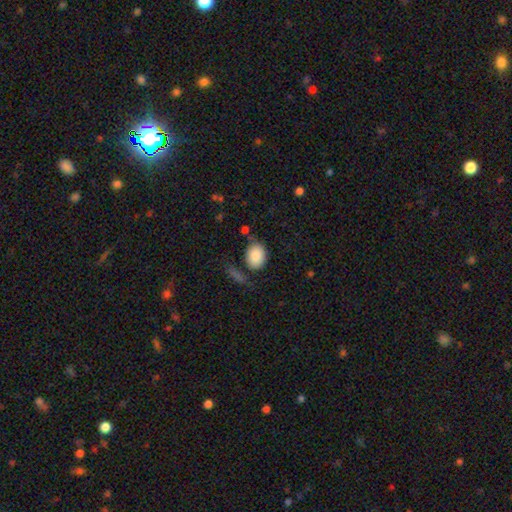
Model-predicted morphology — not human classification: This appears to be a smooth galaxy with no disk features (86%) that is in between round and cigar-shaped (61%). Merging: none (64%).